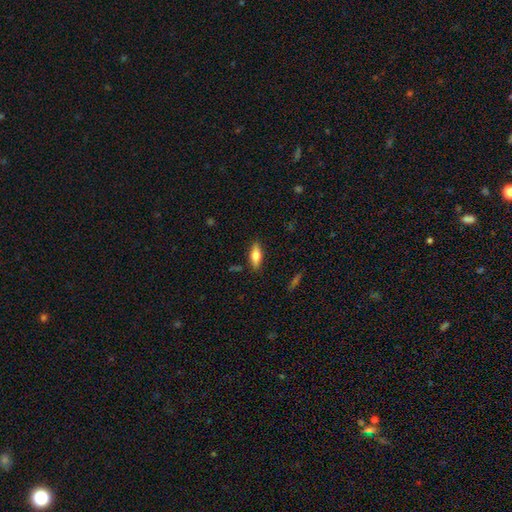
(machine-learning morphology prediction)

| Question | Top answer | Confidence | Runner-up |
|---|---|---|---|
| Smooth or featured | smooth | 66% | featured or disk (27%) |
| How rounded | in between | 69% | cigar-shaped (28%) |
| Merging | none | 86% | minor disturbance (10%) |